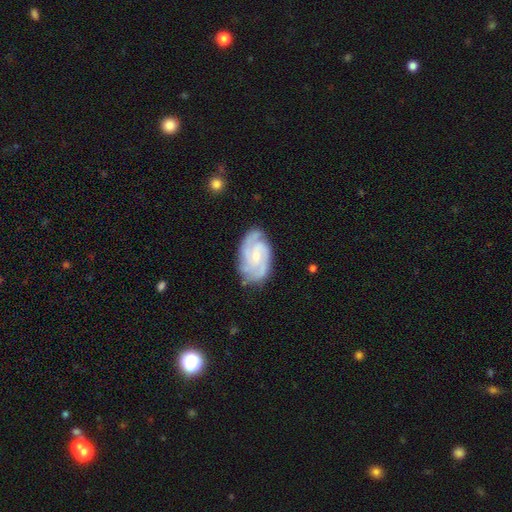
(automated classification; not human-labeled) Smooth or featured?
  - featured or disk: 86% *
  - smooth: 9%
  - star or artifact: 5%
Edge-on disk?
  - no: 97% *
  - yes: 3%
Bar?
  - no: 57% *
  - weak: 37%
  - strong: 7%
Spiral arms?
  - yes: 97% *
  - no: 3%
Spiral winding?
  - tight: 53% *
  - medium: 39%
  - loose: 7%
Spiral arm count?
  - 3: 38% *
  - 2: 33%
  - can't tell: 13%
  - 4: 9%
  - 1: 4%
  - more than 4: 4%
Bulge size?
  - small: 66% *
  - moderate: 28%
  - none: 4%
  - large: 1%
  - dominant: 1%
Merging?
  - none: 77% *
  - minor disturbance: 17%
  - major disturbance: 4%
  - merger: 1%